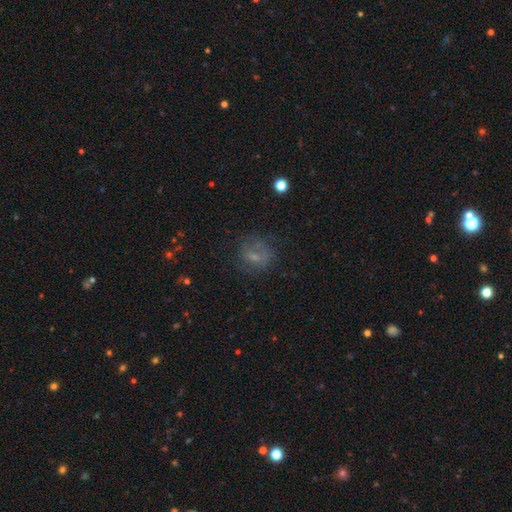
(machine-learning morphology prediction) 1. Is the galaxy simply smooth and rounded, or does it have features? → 45% smooth, 36% featured or disk, 19% star or artifact.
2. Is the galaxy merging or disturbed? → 59% none, 21% minor disturbance, 18% major disturbance, 3% merger.